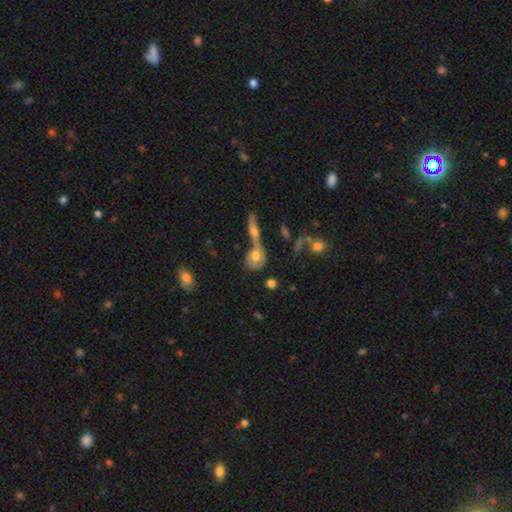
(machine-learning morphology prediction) Overall: smooth (52%; featured or disk 39%). How rounded: round (53%; in between 41%). Merging: merger (50%; none 30%).